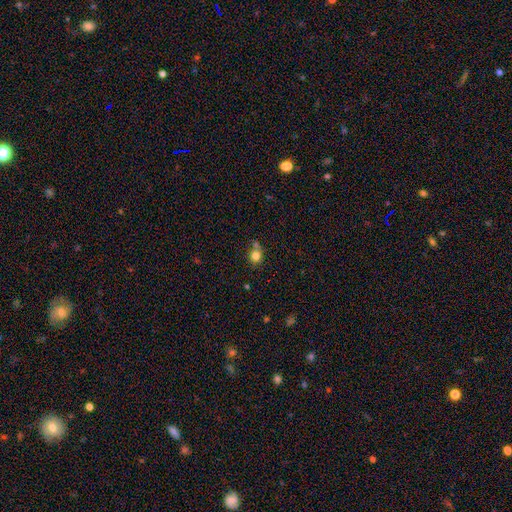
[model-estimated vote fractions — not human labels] smooth 80%, star or artifact 12%, featured or disk 8%. Down the decision tree: how rounded — round (80%); merging — none (57%).